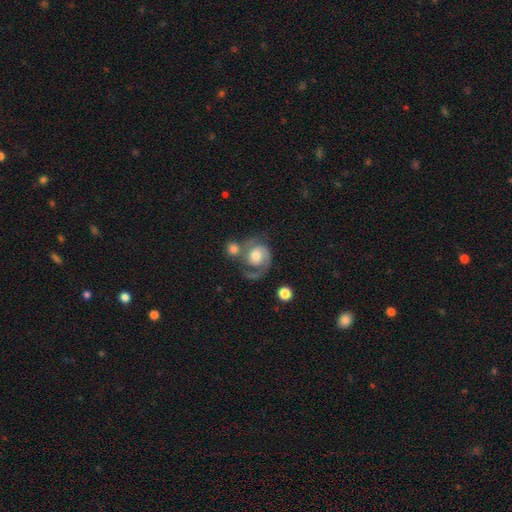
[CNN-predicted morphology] A featured or disk galaxy (78%) with no bar (70%), 2 (64%) medium (47%) spiral arms (95%) and a moderate central bulge (64%).

Vote fractions:
- Smooth or featured? featured or disk: 78% / smooth: 16% / star or artifact: 6%
- Edge-on disk? no: 98% / yes: 2%
- Bar? no: 70% / weak: 25% / strong: 5%
- Spiral arms? yes: 95% / no: 5%
- Spiral winding? medium: 47% / tight: 33% / loose: 20%
- Spiral arm count? 2: 64% / 1: 29% / can't tell: 4% / 3: 1% / 4: 1% / more than 4: 1%
- Bulge size? moderate: 64% / small: 18% / large: 14% / none: 2% / dominant: 2%
- Merging? none: 41% / merger: 27% / major disturbance: 16% / minor disturbance: 15%